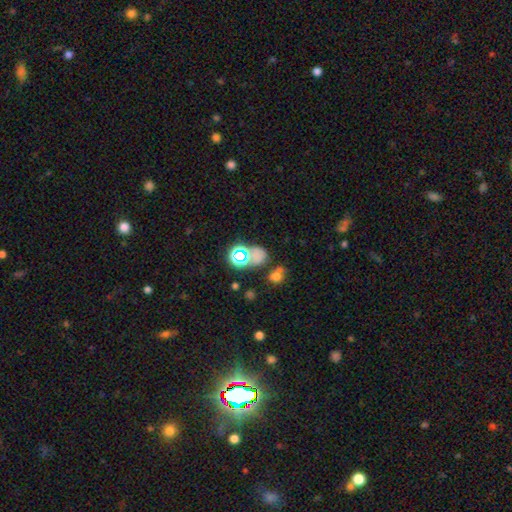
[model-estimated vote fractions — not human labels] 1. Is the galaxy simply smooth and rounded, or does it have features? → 49% smooth, 39% star or artifact, 12% featured or disk.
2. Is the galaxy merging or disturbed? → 46% none, 26% merger, 15% minor disturbance, 13% major disturbance.